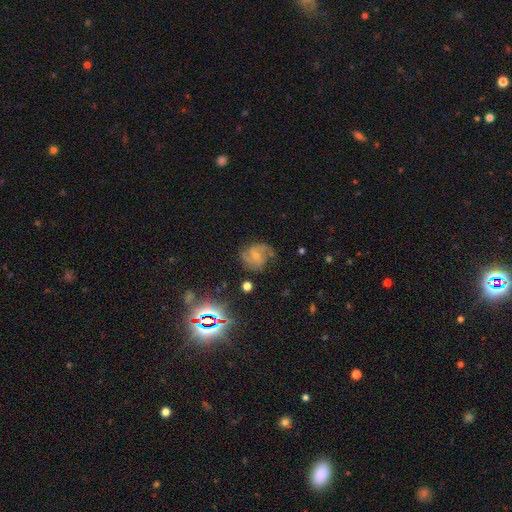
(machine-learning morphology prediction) This is likely a featured or disk galaxy (72%). It is clearly not viewed edge-on (98%). Bar: possibly no (51%). Spiral arm pattern: clearly yes (93%). Spiral arm count: possibly 2 (56%). Spiral winding: possibly medium (49%). Central bulge: likely small (66%). Merging: likely none (64%).